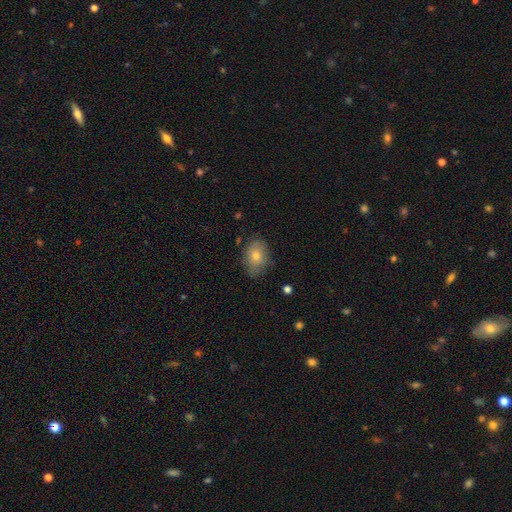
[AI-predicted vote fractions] This is likely a smooth galaxy (72%). How rounded: likely in between (76%). Merging: likely none (78%).